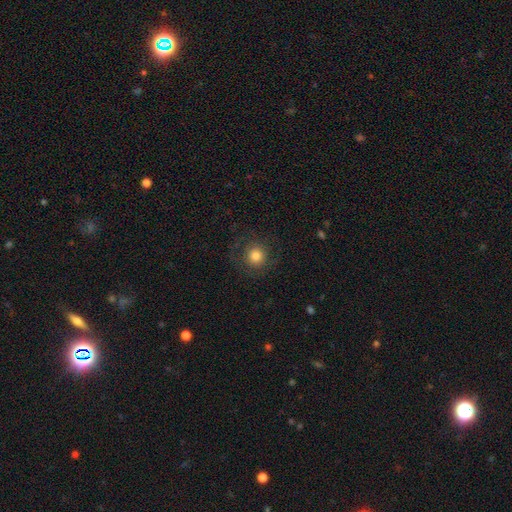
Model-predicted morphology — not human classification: Smooth or featured?
  - smooth: 78% *
  - featured or disk: 12%
  - star or artifact: 10%
How rounded?
  - round: 93% *
  - in between: 6%
  - cigar-shaped: 1%
Merging?
  - none: 79% *
  - minor disturbance: 11%
  - major disturbance: 9%
  - merger: 1%